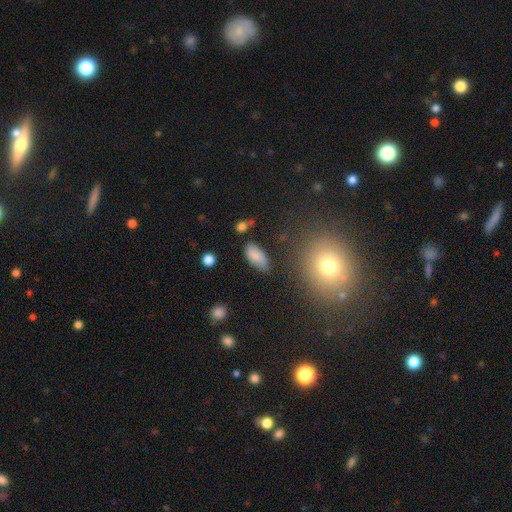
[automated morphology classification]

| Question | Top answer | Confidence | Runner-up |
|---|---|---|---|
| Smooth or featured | smooth | 79% | featured or disk (12%) |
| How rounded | in between | 90% | cigar-shaped (7%) |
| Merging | none | 73% | minor disturbance (18%) |